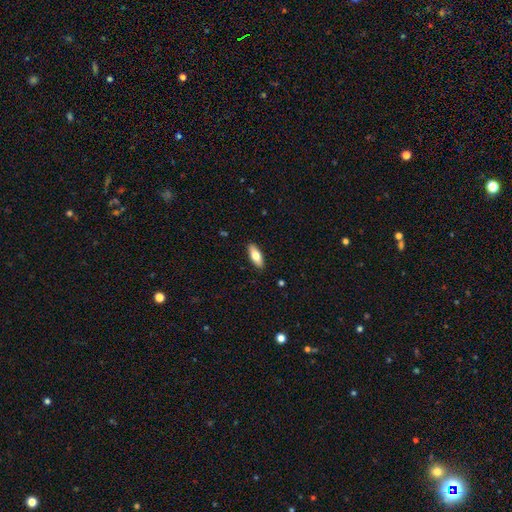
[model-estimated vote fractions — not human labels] This is likely a smooth galaxy (72%). How rounded: likely in between (71%). Merging: clearly none (90%).